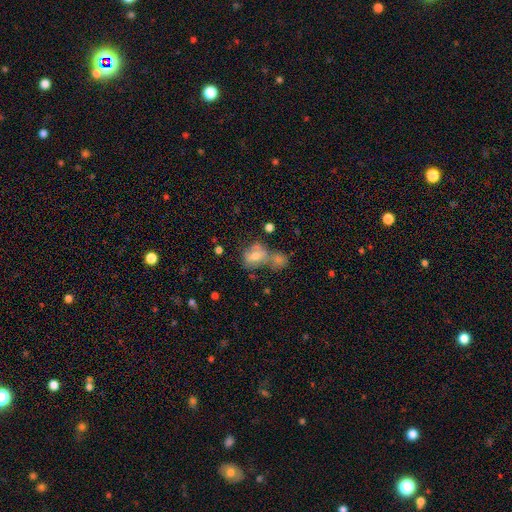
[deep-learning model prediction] This appears to be a smooth galaxy with no disk features (55%) that is in between round and cigar-shaped (63%). Merging: merger (42%).